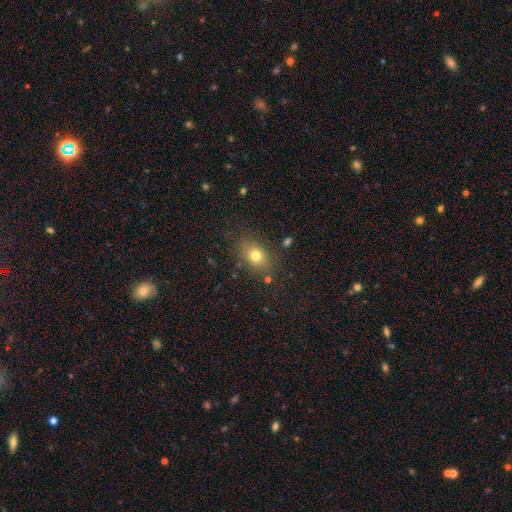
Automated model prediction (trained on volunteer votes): Smooth or featured?
  - smooth: 76% *
  - star or artifact: 13%
  - featured or disk: 12%
How rounded?
  - in between: 67% *
  - round: 31%
  - cigar-shaped: 2%
Merging?
  - none: 80% *
  - minor disturbance: 13%
  - major disturbance: 5%
  - merger: 3%